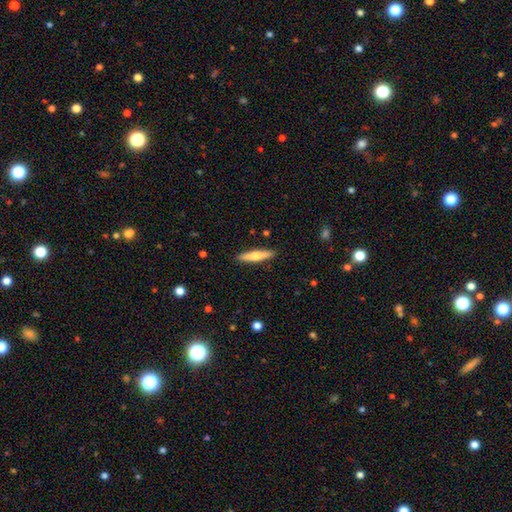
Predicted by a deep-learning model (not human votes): Smooth or featured? Predicted: smooth (p=0.54). How rounded? Predicted: cigar-shaped (p=0.85). Merging? Predicted: none (p=0.90).